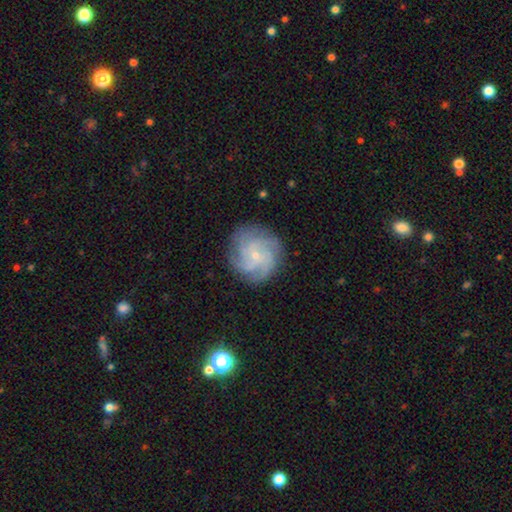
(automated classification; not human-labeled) smooth_or_featured: featured or disk (p=0.78) [alt: smooth p=0.14]
disk_edge_on: no (p=0.98) [alt: yes p=0.02]
bar: no (p=0.76) [alt: weak p=0.21]
has_spiral_arms: yes (p=0.96) [alt: no p=0.04]
spiral_winding: tight (p=0.55) [alt: medium p=0.35]
spiral_arm_count: 4 (p=0.38) [alt: can't tell p=0.19]
bulge_size: small (p=0.79) [alt: moderate p=0.16]
merging: none (p=0.82) [alt: minor disturbance p=0.13]